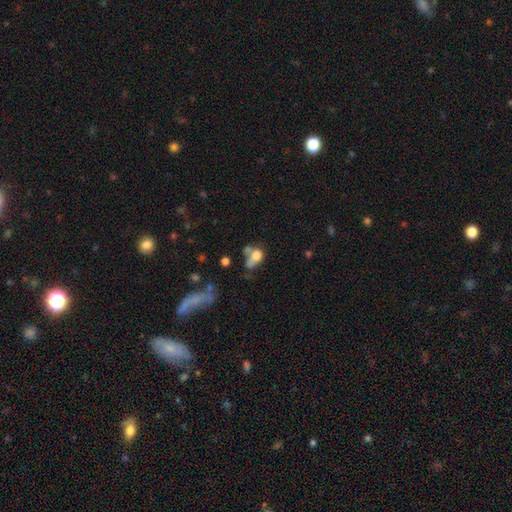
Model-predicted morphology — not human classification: Smooth or featured? smooth (67%)
How rounded? in between (67%)
Merging? merger (39%)